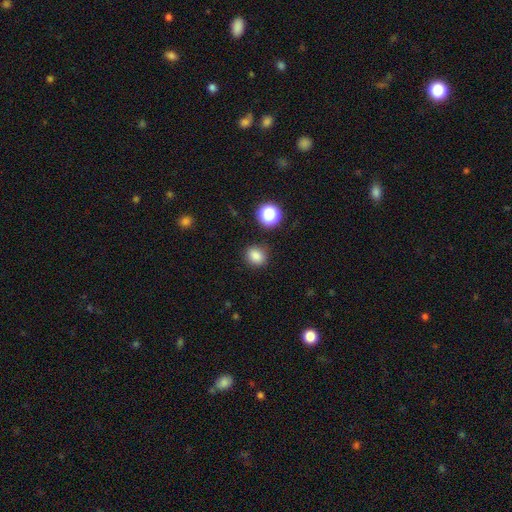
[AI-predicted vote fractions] Smooth or featured: smooth — 83% (star or artifact — 13%)
How rounded: round — 68% (in between — 31%)
Merging: none — 86% (minor disturbance — 9%)